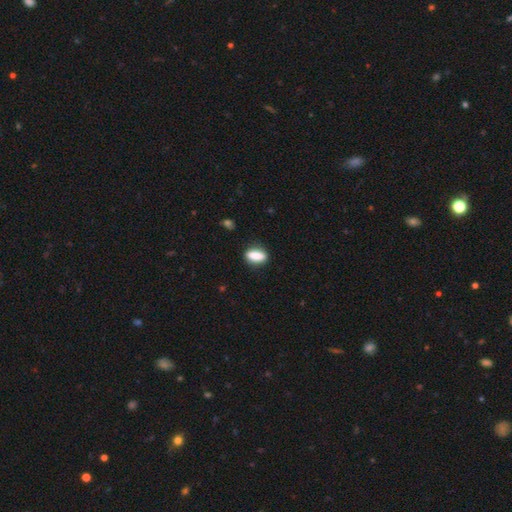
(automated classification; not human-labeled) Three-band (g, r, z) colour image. It shows a smooth galaxy with no disk features (82%) that is in between round and cigar-shaped (66%). Merging: none (85%).